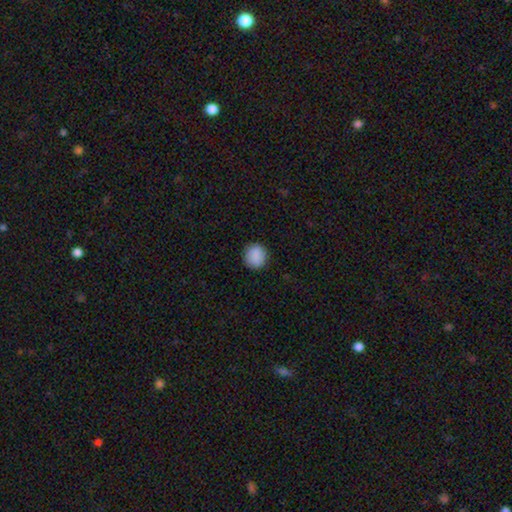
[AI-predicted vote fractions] Smooth or featured?
  - smooth: 89% *
  - star or artifact: 8%
  - featured or disk: 3%
How rounded?
  - round: 88% *
  - in between: 11%
  - cigar-shaped: 1%
Merging?
  - none: 90% *
  - minor disturbance: 7%
  - major disturbance: 2%
  - merger: 1%